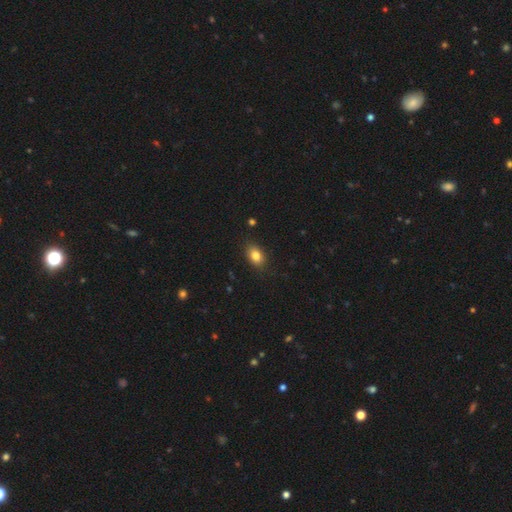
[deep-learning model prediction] Overall: smooth (83%). How rounded: in between (81%). Merging: none (86%).